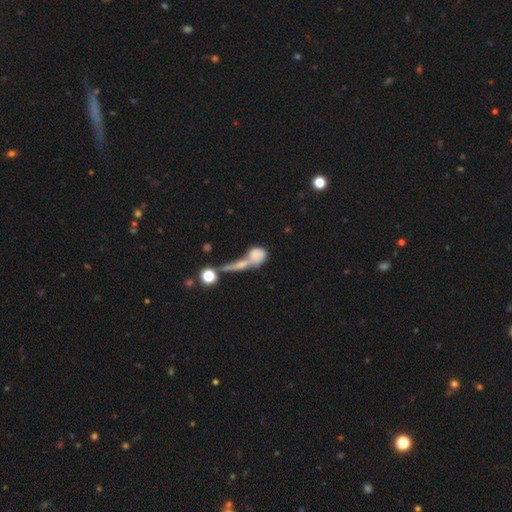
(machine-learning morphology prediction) Overall: smooth (62%; featured or disk 26%). How rounded: round (52%; in between 33%). Merging: merger (54%; none 23%).